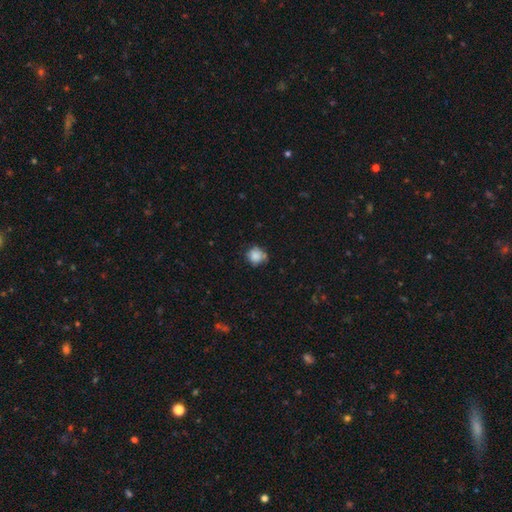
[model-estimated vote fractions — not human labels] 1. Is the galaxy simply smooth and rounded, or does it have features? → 81% smooth, 10% star or artifact, 8% featured or disk.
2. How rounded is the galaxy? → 85% round, 14% in between, 1% cigar-shaped.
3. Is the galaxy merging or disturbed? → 62% none, 27% minor disturbance, 7% major disturbance, 5% merger.